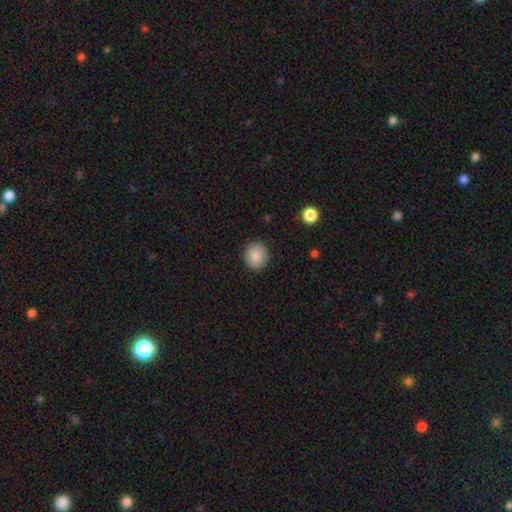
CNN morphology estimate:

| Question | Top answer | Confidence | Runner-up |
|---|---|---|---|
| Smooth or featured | smooth | 86% | star or artifact (8%) |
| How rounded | round | 79% | in between (20%) |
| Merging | none | 89% | minor disturbance (8%) |